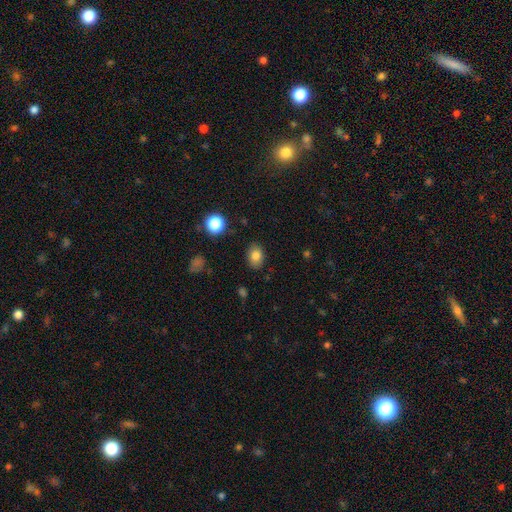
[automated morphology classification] smooth 81%, star or artifact 10%, featured or disk 9%. Down the decision tree: how rounded — in between (72%); merging — none (84%).